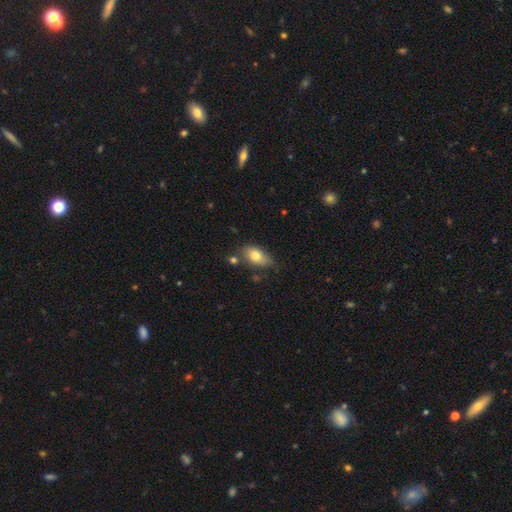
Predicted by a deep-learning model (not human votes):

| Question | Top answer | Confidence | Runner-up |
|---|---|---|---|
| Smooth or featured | smooth | 78% | featured or disk (15%) |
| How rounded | in between | 88% | round (8%) |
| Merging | none | 64% | minor disturbance (24%) |